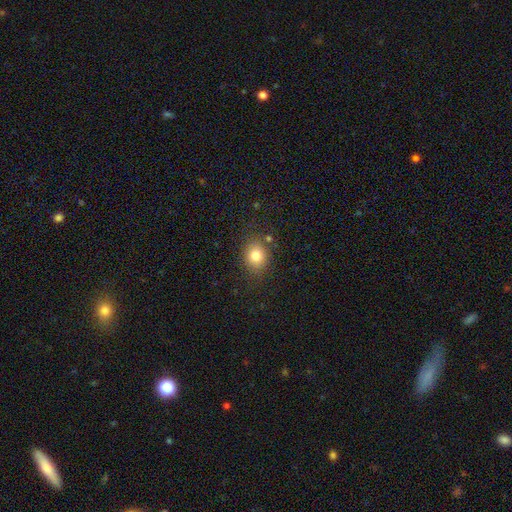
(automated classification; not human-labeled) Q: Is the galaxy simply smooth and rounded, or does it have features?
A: smooth — 79%.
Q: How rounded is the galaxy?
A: round — 60%.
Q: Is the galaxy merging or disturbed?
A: none — 82%.